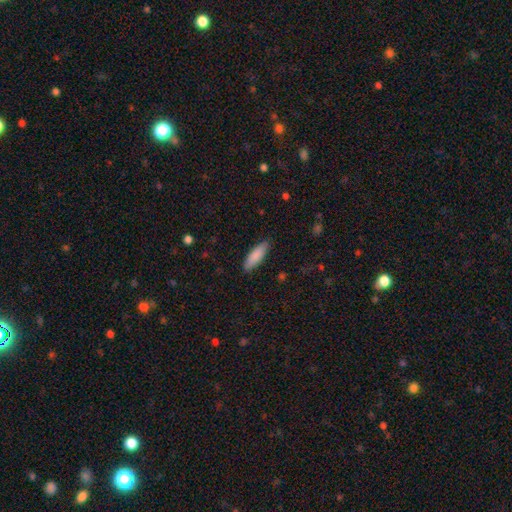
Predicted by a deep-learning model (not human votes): This appears to be a smooth galaxy with no disk features (87%) that is in between round and cigar-shaped (51%). Merging: none (87%).